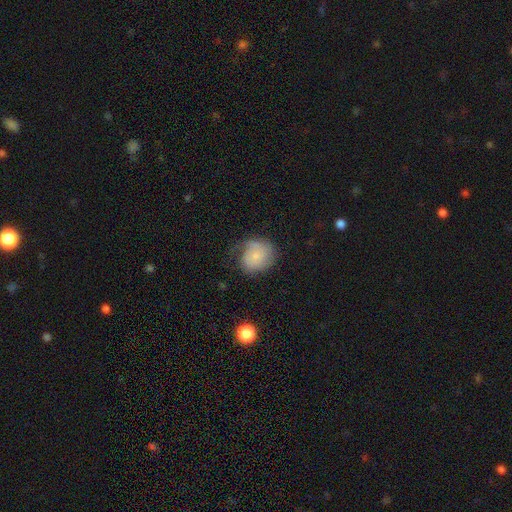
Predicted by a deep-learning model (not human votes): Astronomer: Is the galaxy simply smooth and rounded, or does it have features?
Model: smooth — 55% (runner-up: featured or disk, 36%).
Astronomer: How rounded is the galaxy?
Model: round — 72%.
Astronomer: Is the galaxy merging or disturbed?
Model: none — 46% (runner-up: minor disturbance, 30%).